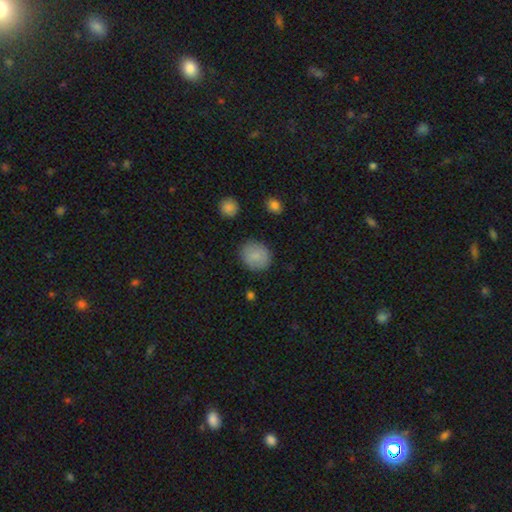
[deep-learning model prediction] Smooth or featured: smooth — 84% (star or artifact — 8%)
How rounded: round — 78% (in between — 21%)
Merging: none — 86% (minor disturbance — 10%)